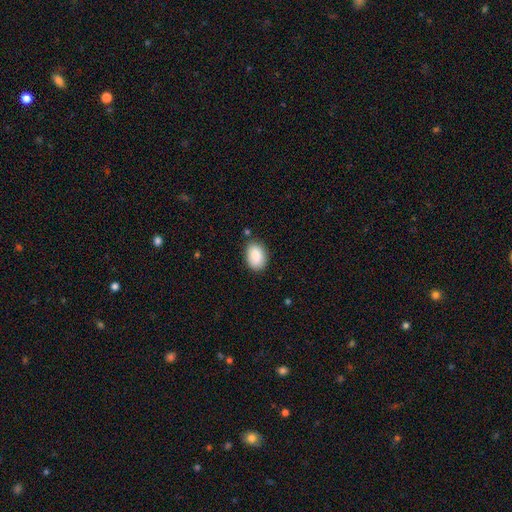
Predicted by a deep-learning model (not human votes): Smooth or featured?
  - smooth: 87% *
  - star or artifact: 7%
  - featured or disk: 6%
How rounded?
  - in between: 86% *
  - round: 13%
  - cigar-shaped: 1%
Merging?
  - none: 80% *
  - minor disturbance: 14%
  - major disturbance: 3%
  - merger: 3%